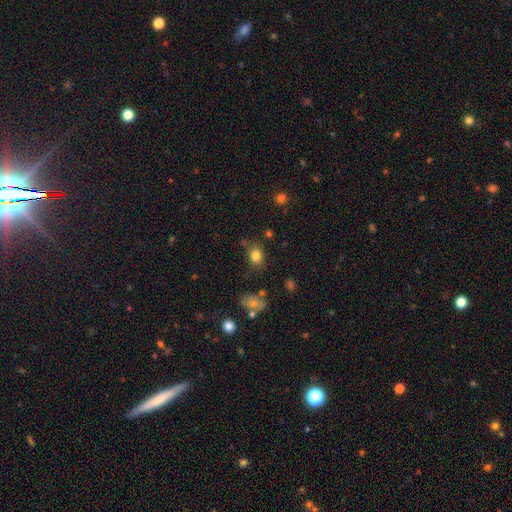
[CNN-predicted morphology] This appears to be a smooth galaxy with no disk features (81%) that is round (53%). Merging: none (75%).